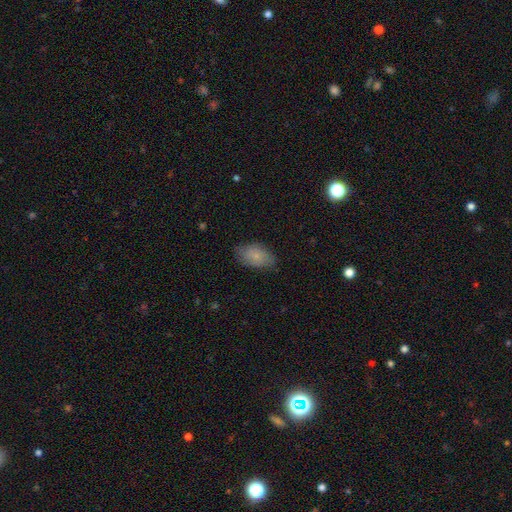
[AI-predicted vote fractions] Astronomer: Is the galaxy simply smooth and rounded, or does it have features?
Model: smooth — 82%.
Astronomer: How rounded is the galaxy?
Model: in between — 93%.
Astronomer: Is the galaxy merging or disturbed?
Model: none — 77%.